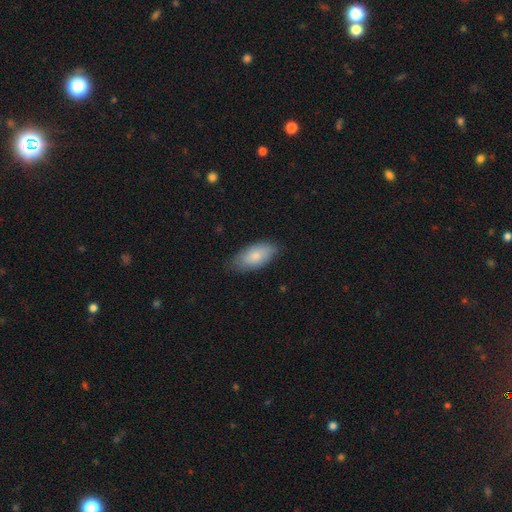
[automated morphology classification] type=smooth (80%); roundness=in between (91%); merging=none (77%).